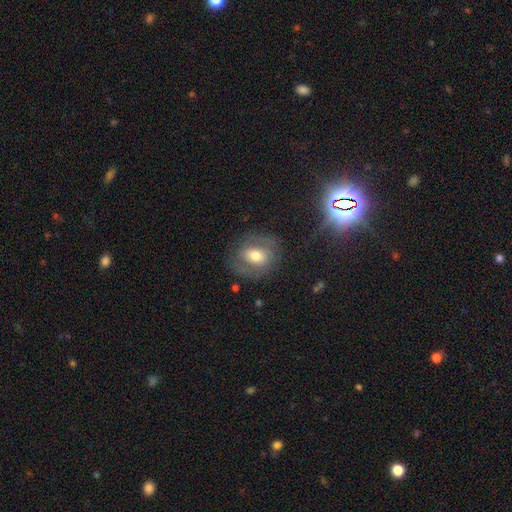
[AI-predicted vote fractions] The model was most divided on "smooth or featured": featured or disk: 47%, smooth: 44%, star or artifact: 9%. More confident: merging — none (71%).